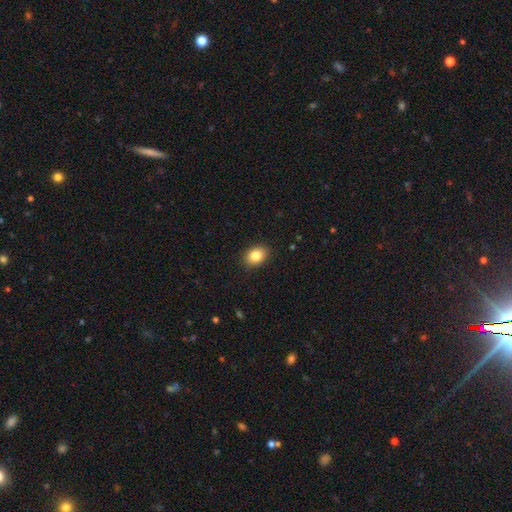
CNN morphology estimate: Smooth or featured?
  - smooth: 85% *
  - star or artifact: 9%
  - featured or disk: 7%
How rounded?
  - in between: 69% *
  - round: 30%
  - cigar-shaped: 1%
Merging?
  - none: 89% *
  - minor disturbance: 8%
  - major disturbance: 2%
  - merger: 1%